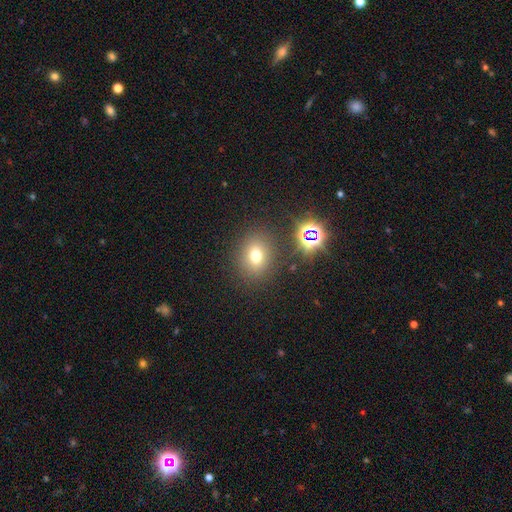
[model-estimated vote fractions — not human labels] Smooth or featured? smooth (68%)
How rounded? round (61%)
Merging? none (84%)